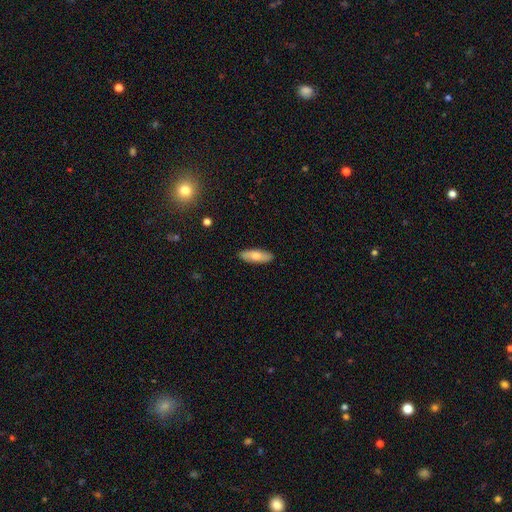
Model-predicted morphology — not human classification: A smooth galaxy with no disk features (74%) that is in between round and cigar-shaped (59%).

Vote fractions:
- Smooth or featured? smooth: 74% / featured or disk: 20% / star or artifact: 6%
- How rounded? in between: 59% / cigar-shaped: 39% / round: 2%
- Merging? none: 89% / minor disturbance: 8% / major disturbance: 2% / merger: 1%